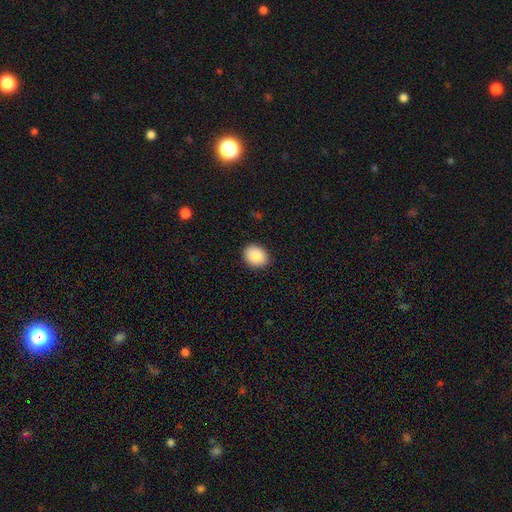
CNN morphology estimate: The model was most divided on "how rounded": round: 50%, in between: 49%, cigar-shaped: 1%. More confident: merging — none (90%); smooth or featured — smooth (88%).